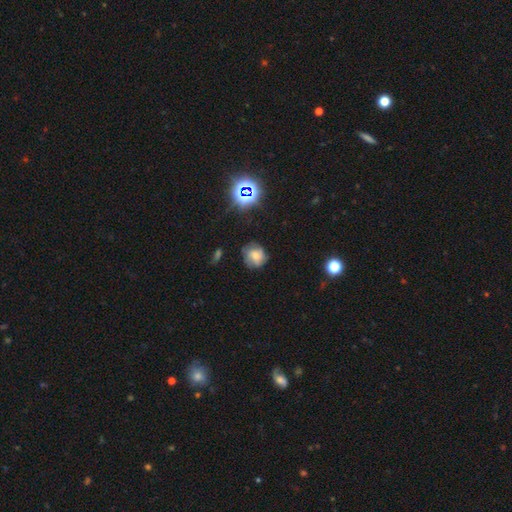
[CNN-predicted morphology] A smooth galaxy with no disk features (46%).

Vote fractions:
- Smooth or featured? smooth: 46% / featured or disk: 37% / star or artifact: 16%
- Merging? none: 70% / minor disturbance: 21% / major disturbance: 7% / merger: 2%